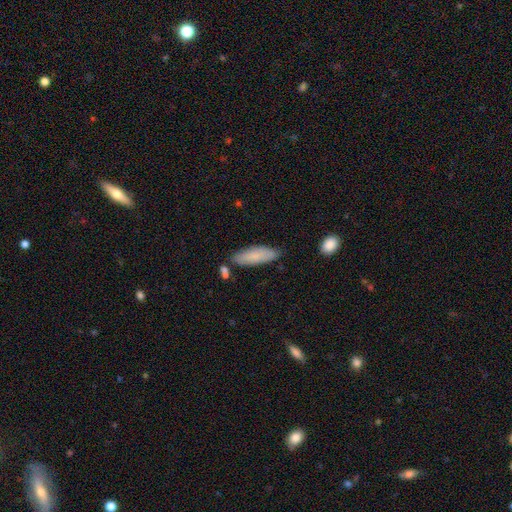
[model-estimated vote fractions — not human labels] This appears to be a smooth galaxy with no disk features (81%) that is in between round and cigar-shaped (54%). Merging: none (78%).